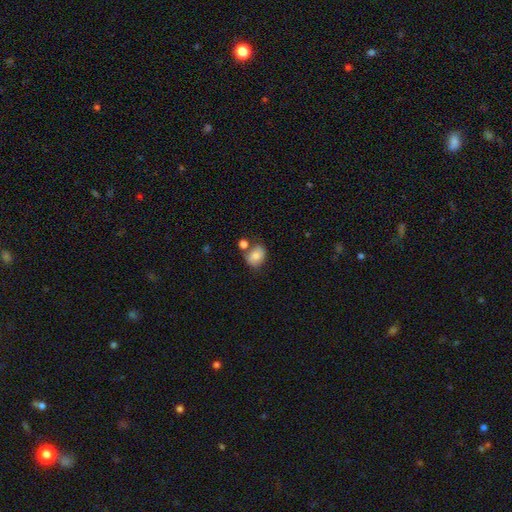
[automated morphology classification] Overall: smooth (77%). How rounded: in between (53%; round 46%). Merging: none (52%; merger 24%).